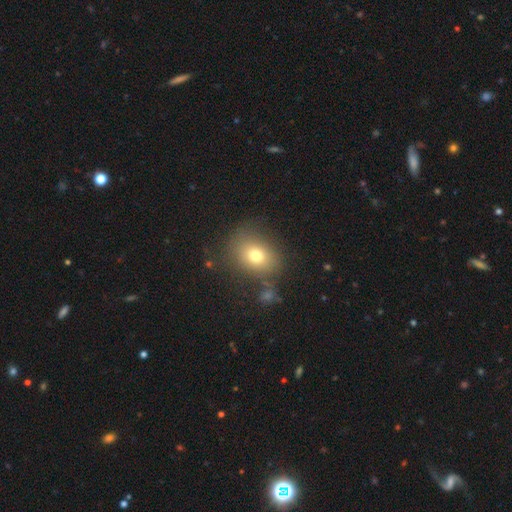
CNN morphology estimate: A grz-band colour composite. It shows a smooth galaxy with no disk features (73%) that is round (50%). Merging: none (72%).